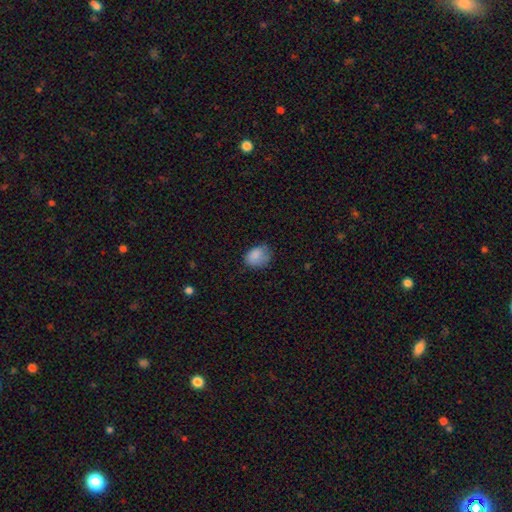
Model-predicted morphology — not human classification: Smooth or featured? smooth (84%)
How rounded? in between (62%)
Merging? none (55%)